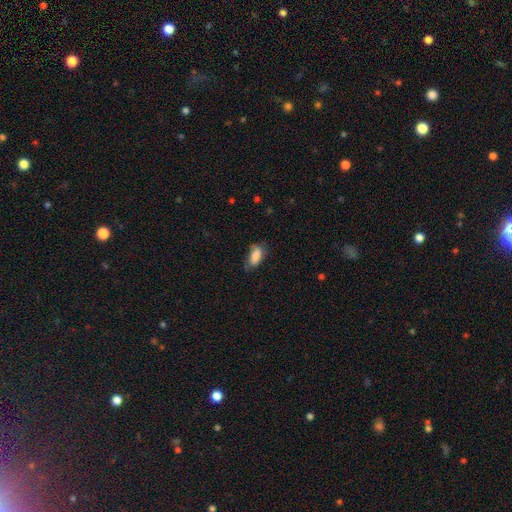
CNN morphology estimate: Q: Smooth or featured?
A: smooth (82%); runner-up: featured or disk (10%)
Q: How rounded?
A: in between (82%); runner-up: cigar-shaped (15%)
Q: Merging?
A: none (60%); runner-up: minor disturbance (29%)